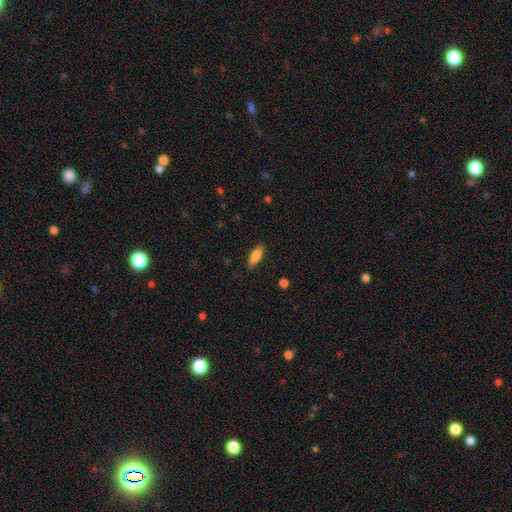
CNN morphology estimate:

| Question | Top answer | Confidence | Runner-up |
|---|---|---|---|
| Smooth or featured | smooth | 82% | featured or disk (11%) |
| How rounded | in between | 61% | cigar-shaped (37%) |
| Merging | none | 85% | minor disturbance (12%) |